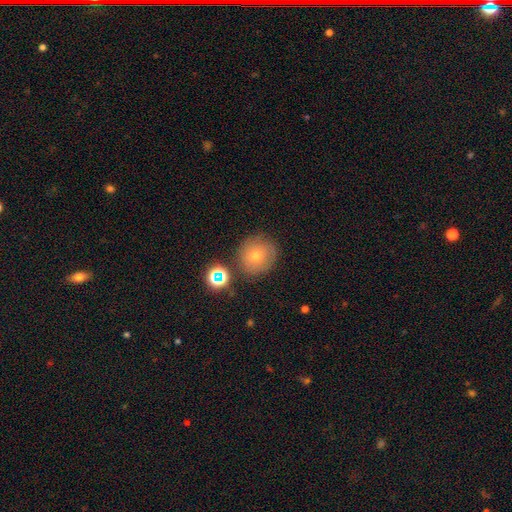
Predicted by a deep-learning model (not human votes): Smooth or featured?
  - smooth: 65% *
  - featured or disk: 21%
  - star or artifact: 15%
How rounded?
  - round: 91% *
  - in between: 8%
  - cigar-shaped: 1%
Merging?
  - none: 76% *
  - minor disturbance: 13%
  - merger: 6%
  - major disturbance: 4%